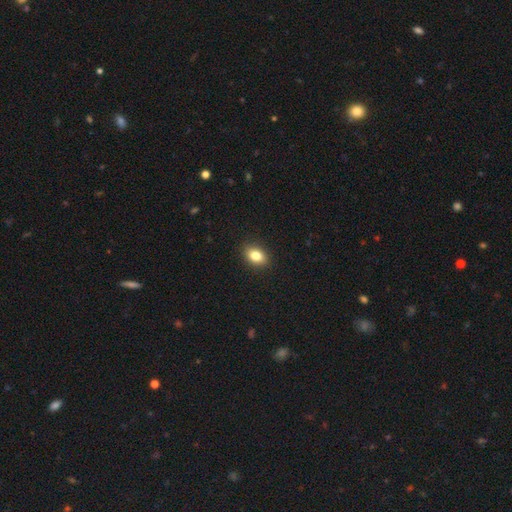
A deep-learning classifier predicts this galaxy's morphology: type=smooth (83%); roundness=in between (76%); merging=none (89%).